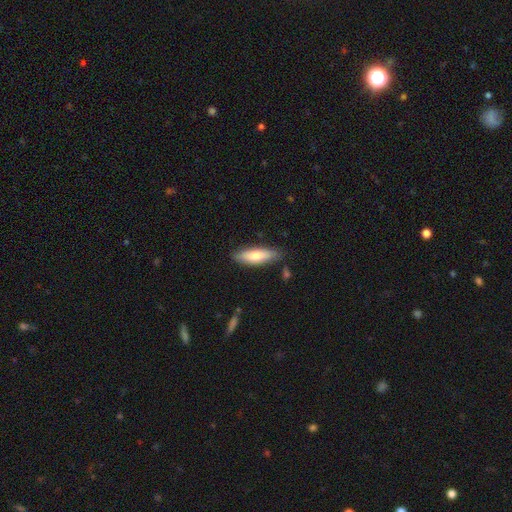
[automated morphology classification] Q: Smooth or featured?
A: smooth (70%); runner-up: featured or disk (24%)
Q: How rounded?
A: cigar-shaped (53%); runner-up: in between (45%)
Q: Merging?
A: none (83%); runner-up: minor disturbance (13%)